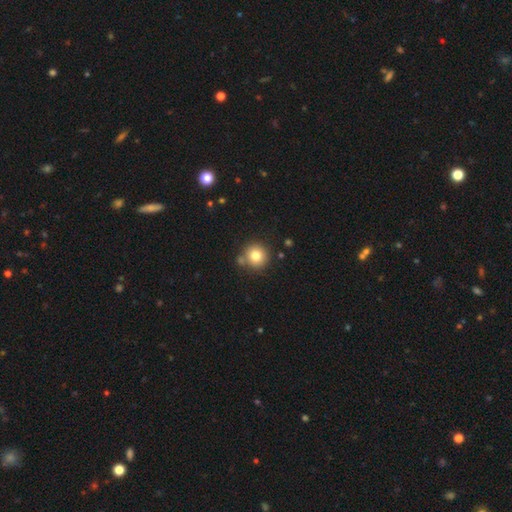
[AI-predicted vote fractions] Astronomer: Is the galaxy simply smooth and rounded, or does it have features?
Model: smooth — 80%.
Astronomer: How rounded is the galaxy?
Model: round — 94%.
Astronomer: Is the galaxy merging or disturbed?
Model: none — 77%.